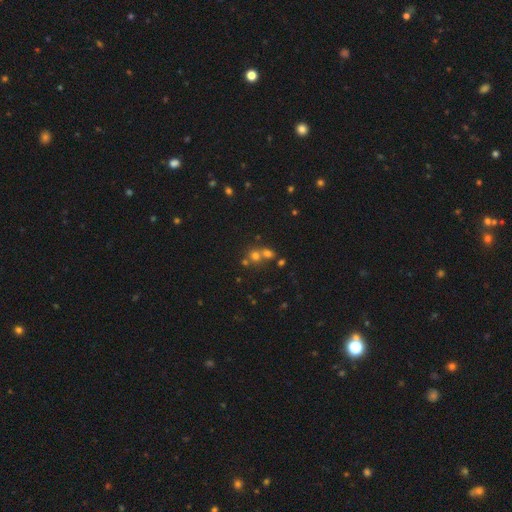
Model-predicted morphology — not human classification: Smooth or featured? smooth (58%)
How rounded? round (82%)
Merging? merger (47%)